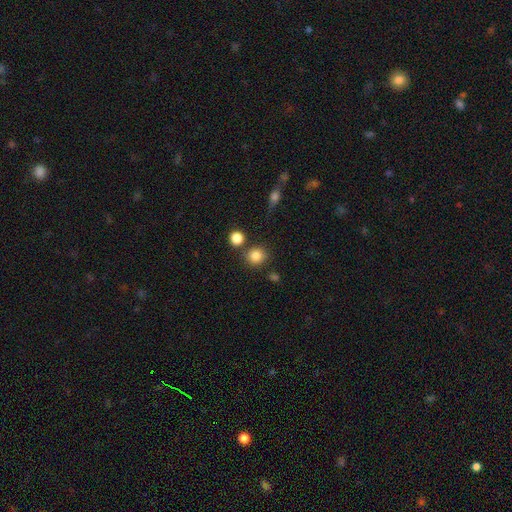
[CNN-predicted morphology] smooth_or_featured: smooth (p=0.84) [alt: star or artifact p=0.11]
how_rounded: round (p=0.87) [alt: in between p=0.12]
merging: none (p=0.76) [alt: merger p=0.12]